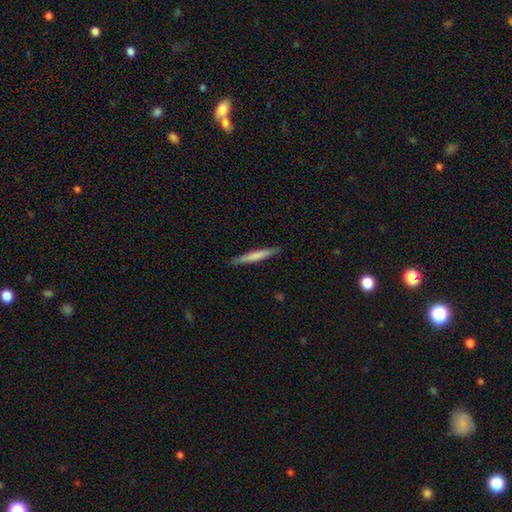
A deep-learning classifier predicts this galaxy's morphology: smooth 60%, featured or disk 34%, star or artifact 5%. Down the decision tree: how rounded — cigar-shaped (96%); merging — none (89%).